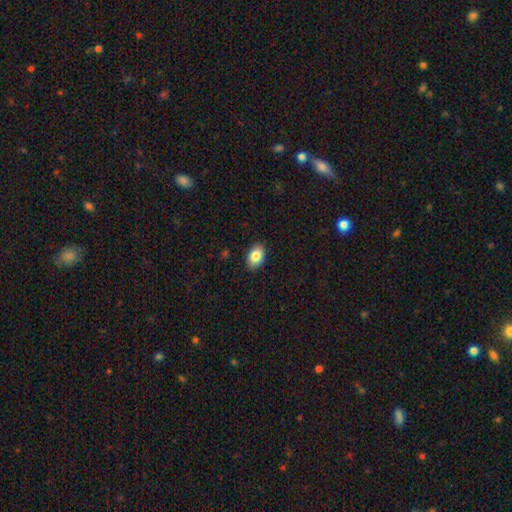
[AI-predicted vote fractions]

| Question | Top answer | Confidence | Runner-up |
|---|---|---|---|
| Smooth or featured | smooth | 84% | featured or disk (8%) |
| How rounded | in between | 85% | round (14%) |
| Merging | none | 89% | minor disturbance (8%) |